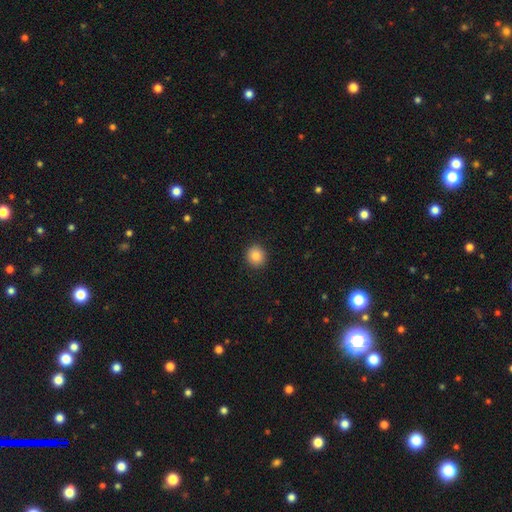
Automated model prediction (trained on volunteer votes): Smooth or featured? Predicted: smooth (p=0.85). How rounded? Predicted: round (p=0.90). Merging? Predicted: none (p=0.92).